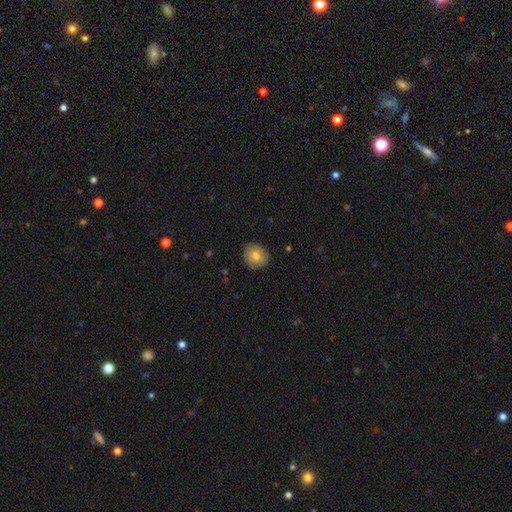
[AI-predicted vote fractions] Smooth or featured? Predicted: smooth (p=0.75). How rounded? Predicted: round (p=0.74). Merging? Predicted: none (p=0.83).